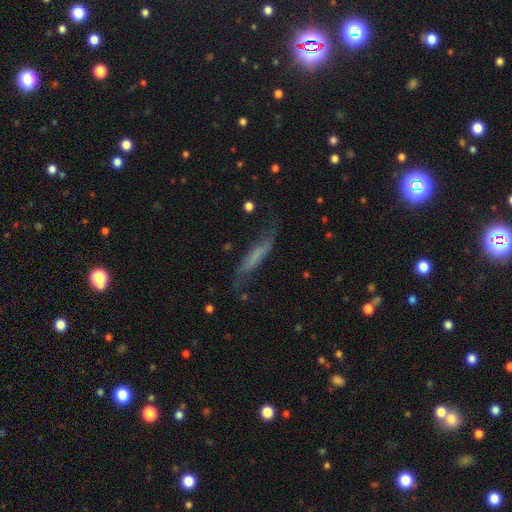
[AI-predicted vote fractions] This appears to be a featured or disk galaxy (52%). Merging: none (55%).